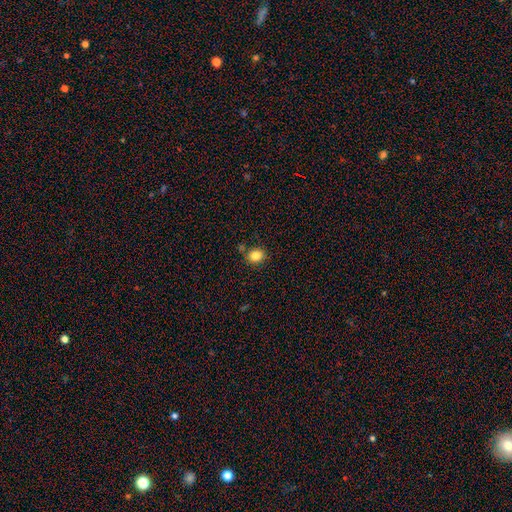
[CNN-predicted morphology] This is clearly a smooth galaxy (84%). How rounded: possibly round (60%). Merging: likely none (79%).